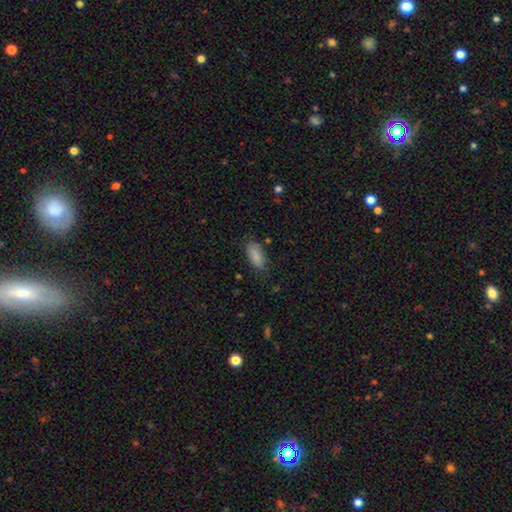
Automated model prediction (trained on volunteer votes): Q: Smooth or featured?
A: smooth (88%); runner-up: star or artifact (7%)
Q: How rounded?
A: in between (88%); runner-up: cigar-shaped (9%)
Q: Merging?
A: none (76%); runner-up: minor disturbance (18%)